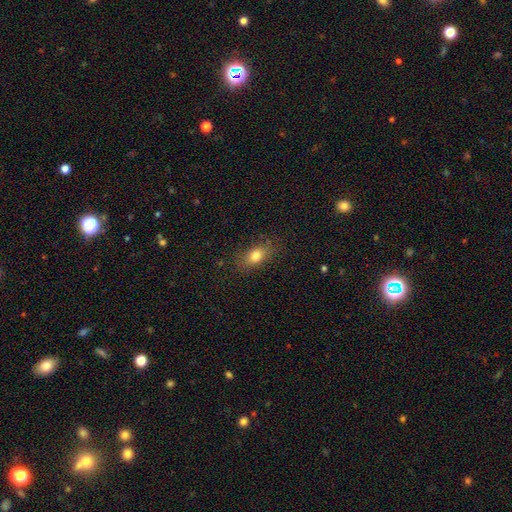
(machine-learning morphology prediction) type=smooth (79%); roundness=in between (79%); merging=none (79%).